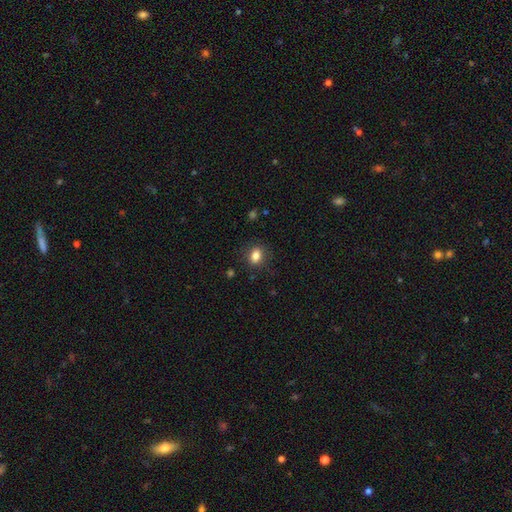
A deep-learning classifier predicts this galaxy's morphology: A smooth galaxy with no disk features (84%) that is in between round and cigar-shaped (64%).

Vote fractions:
- Smooth or featured? smooth: 84% / star or artifact: 10% / featured or disk: 6%
- How rounded? in between: 64% / round: 35% / cigar-shaped: 2%
- Merging? none: 85% / minor disturbance: 10% / major disturbance: 3% / merger: 1%